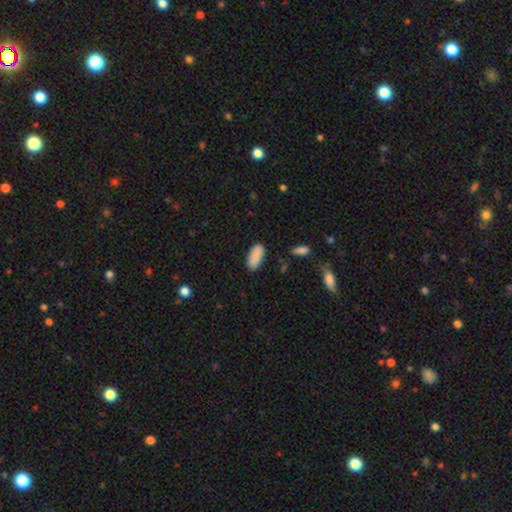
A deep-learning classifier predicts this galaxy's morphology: smooth 89%, star or artifact 7%, featured or disk 4%. Down the decision tree: how rounded — in between (88%); merging — none (84%).